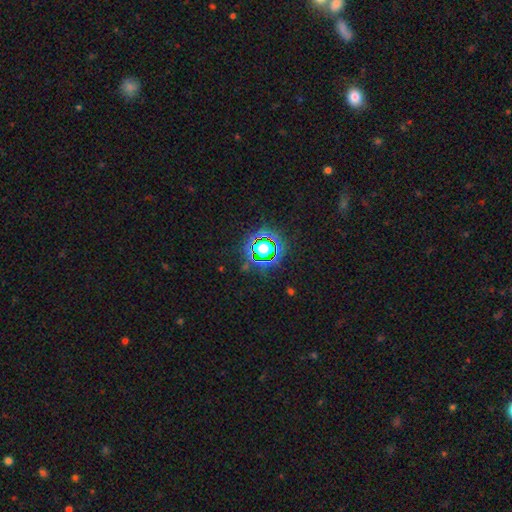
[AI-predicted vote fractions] Morphology: type=star or artifact (73%).